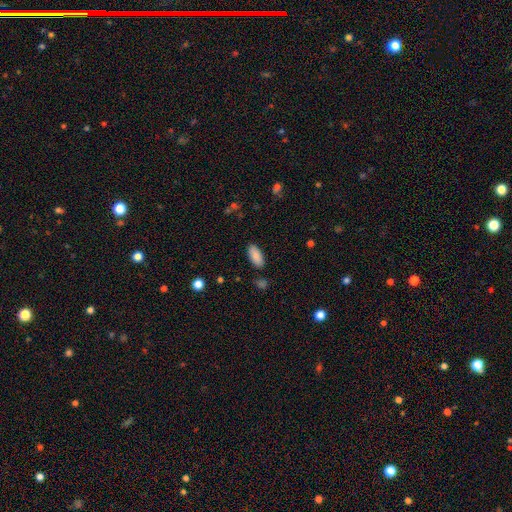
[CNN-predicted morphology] Overall: smooth (88%). How rounded: in between (89%). Merging: none (86%).